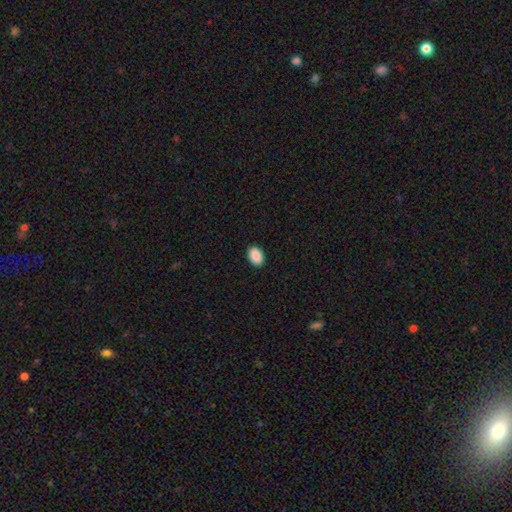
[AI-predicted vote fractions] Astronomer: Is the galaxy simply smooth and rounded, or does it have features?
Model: smooth — 90%.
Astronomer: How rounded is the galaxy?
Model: in between — 85%.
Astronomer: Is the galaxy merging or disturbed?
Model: none — 91%.